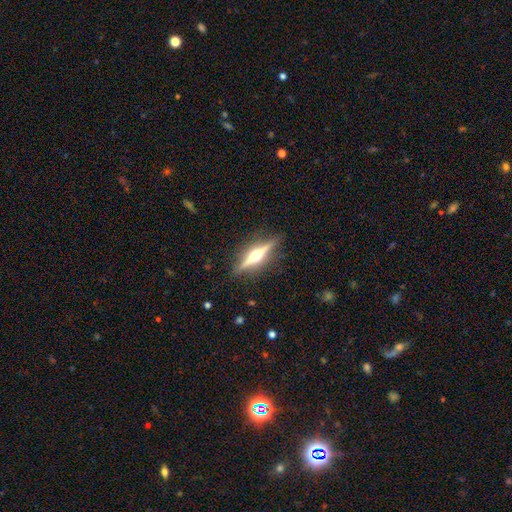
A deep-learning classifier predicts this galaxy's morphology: smooth_or_featured: featured or disk (p=0.78) [alt: smooth p=0.16]
disk_edge_on: yes (p=0.98) [alt: no p=0.02]
edge_on_bulge: rounded (p=0.95) [alt: boxy p=0.03]
merging: none (p=0.89) [alt: minor disturbance p=0.08]